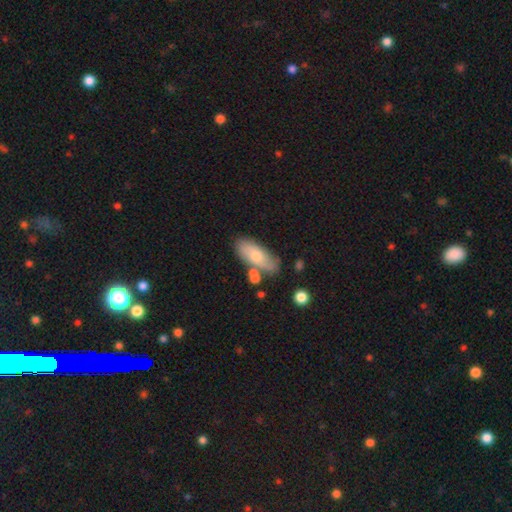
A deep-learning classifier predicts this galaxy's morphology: A smooth galaxy with no disk features (67%) that is in between round and cigar-shaped (80%). Merging: none (65%).